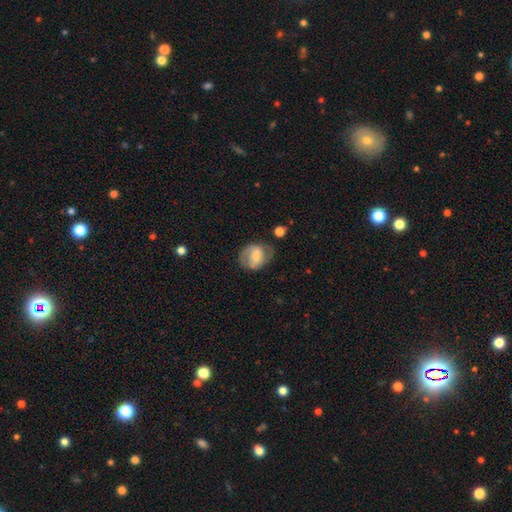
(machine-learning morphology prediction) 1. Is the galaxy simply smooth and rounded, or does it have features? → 47% featured or disk, 46% smooth, 7% star or artifact.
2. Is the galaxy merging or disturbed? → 62% none, 22% minor disturbance, 13% major disturbance, 3% merger.